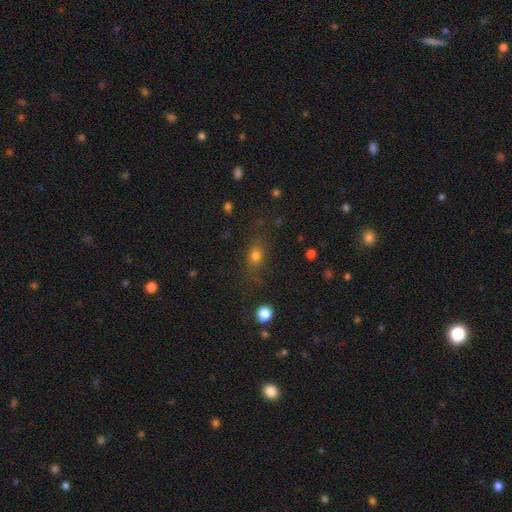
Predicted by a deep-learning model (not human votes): Overall: smooth (75%). How rounded: in between (51%; round 45%). Merging: none (74%).